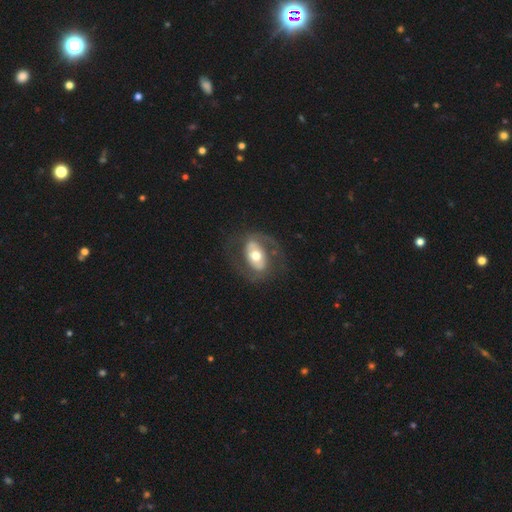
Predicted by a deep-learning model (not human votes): Smooth or featured? featured or disk (63%)
Edge-on disk? no (94%)
Bar? no (50%)
Spiral arms? yes (51%)
Bulge size? moderate (68%)
Merging? none (70%)